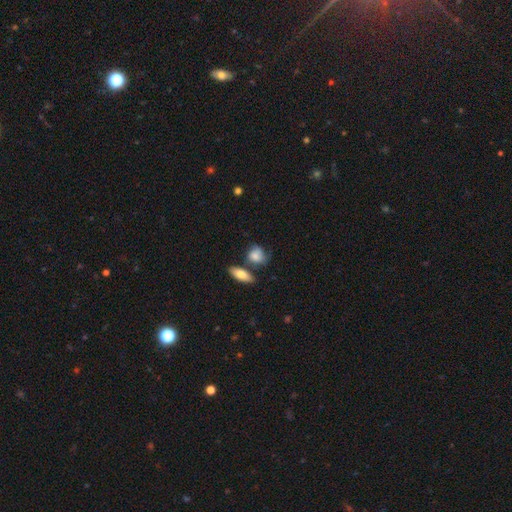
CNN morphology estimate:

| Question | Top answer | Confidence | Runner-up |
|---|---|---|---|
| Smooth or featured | smooth | 76% | featured or disk (17%) |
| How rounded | in between | 52% | round (44%) |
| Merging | none | 51% | minor disturbance (24%) |